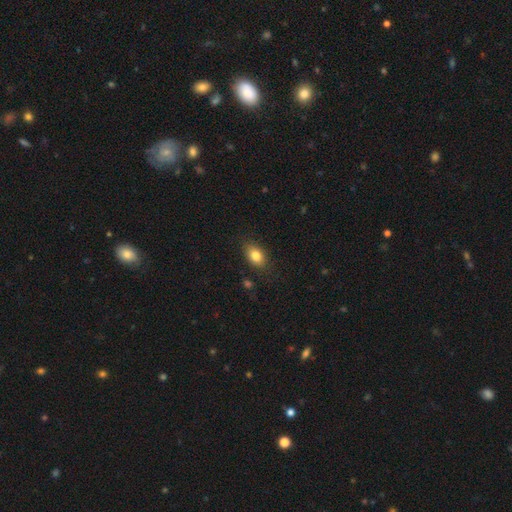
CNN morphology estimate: smooth_or_featured: smooth (p=0.82) [alt: featured or disk p=0.09]
how_rounded: in between (p=0.83) [alt: round p=0.14]
merging: none (p=0.83) [alt: minor disturbance p=0.12]